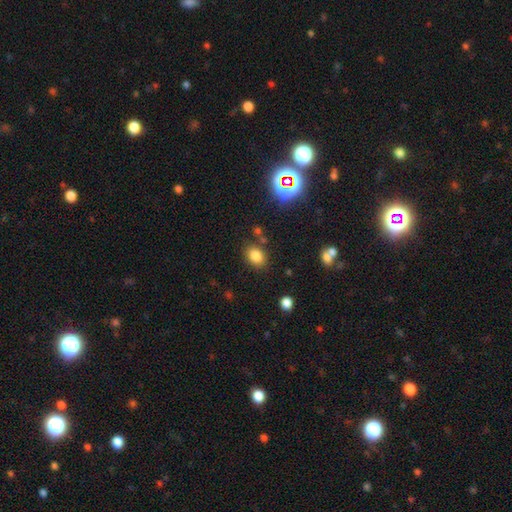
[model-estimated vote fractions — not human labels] Smooth or featured? smooth (80%)
How rounded? in between (66%)
Merging? none (78%)